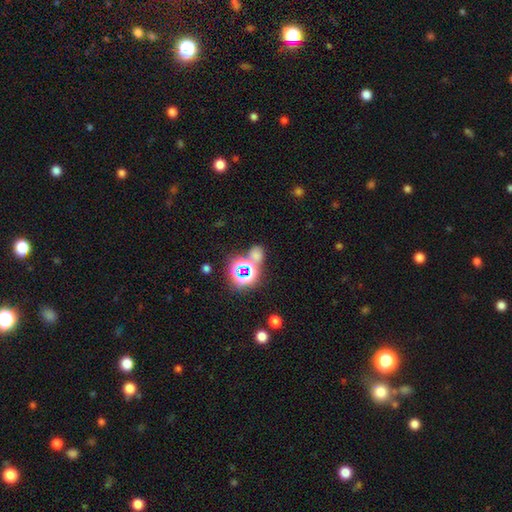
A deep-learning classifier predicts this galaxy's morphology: star or artifact 47%, smooth 45%, featured or disk 8%.